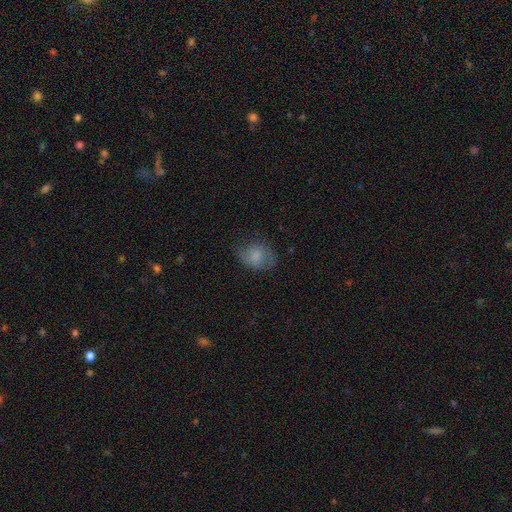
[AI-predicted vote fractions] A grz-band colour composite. It shows a smooth galaxy with no disk features (74%) that is in between round and cigar-shaped (56%). Merging: none (63%).